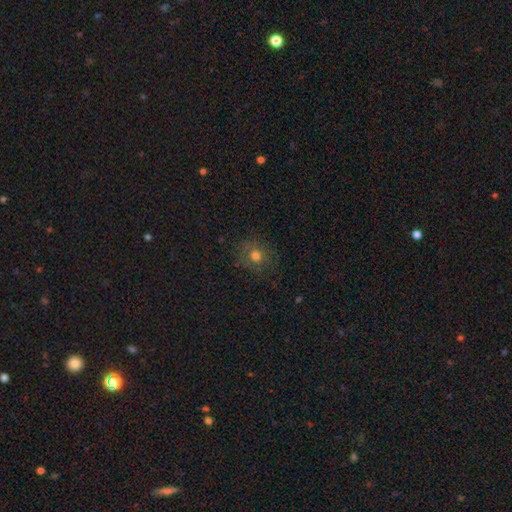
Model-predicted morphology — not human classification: smooth 70%, star or artifact 16%, featured or disk 14%. Down the decision tree: how rounded — round (76%); merging — none (78%).